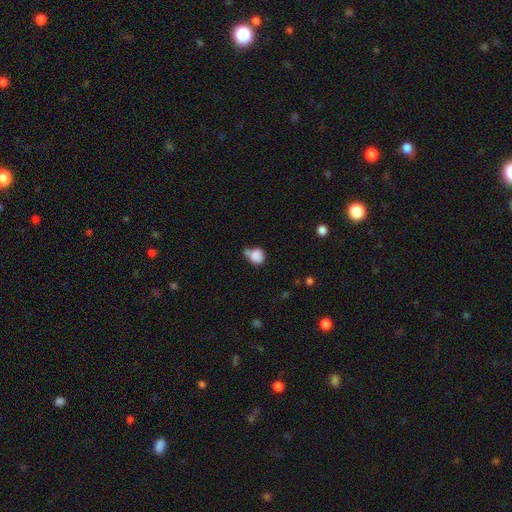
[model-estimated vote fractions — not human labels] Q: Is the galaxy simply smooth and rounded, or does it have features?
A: smooth — 82%.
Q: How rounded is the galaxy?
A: round — 66%.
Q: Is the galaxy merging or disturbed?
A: none — 35%.